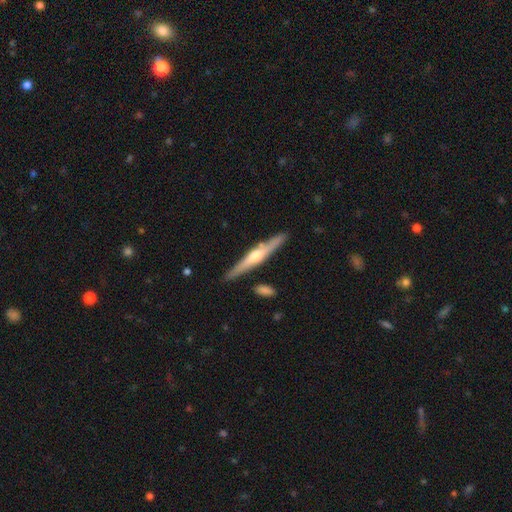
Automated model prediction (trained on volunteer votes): This is likely a featured or disk galaxy (70%). It is clearly viewed edge-on (97%). Edge-on bulge: clearly rounded (86%). Merging: clearly none (86%).